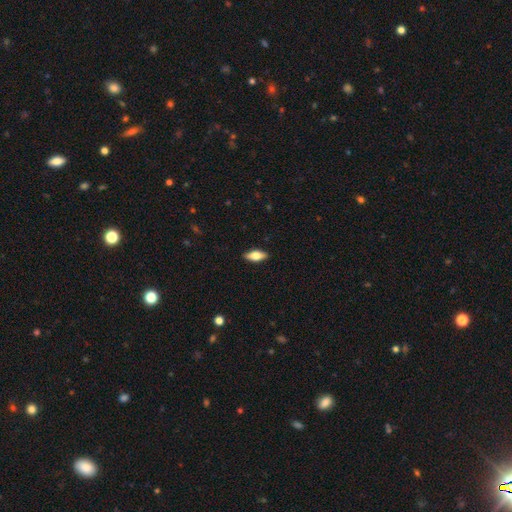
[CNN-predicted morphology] smooth-or-featured: smooth: 62% | featured or disk: 32% | star or artifact: 6%
  how-rounded: in between: 75% | cigar-shaped: 21% | round: 3%
  merging: none: 89% | minor disturbance: 8% | major disturbance: 2% | merger: 1%